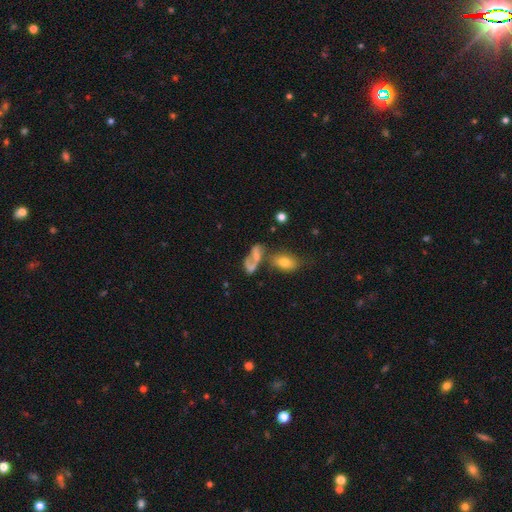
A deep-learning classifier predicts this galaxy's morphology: smooth 46%, featured or disk 40%, star or artifact 14%. Down the decision tree: merging — merger (42%).